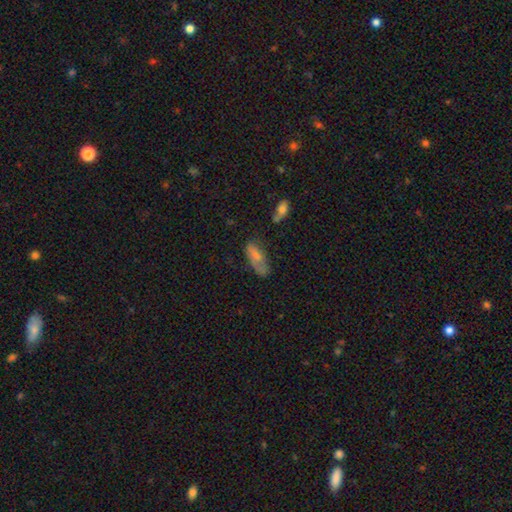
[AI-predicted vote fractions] A smooth galaxy with no disk features (67%) that is in between round and cigar-shaped (80%).

Vote fractions:
- Smooth or featured? smooth: 67% / featured or disk: 24% / star or artifact: 9%
- How rounded? in between: 80% / cigar-shaped: 18% / round: 3%
- Merging? none: 49% / minor disturbance: 30% / major disturbance: 16% / merger: 5%